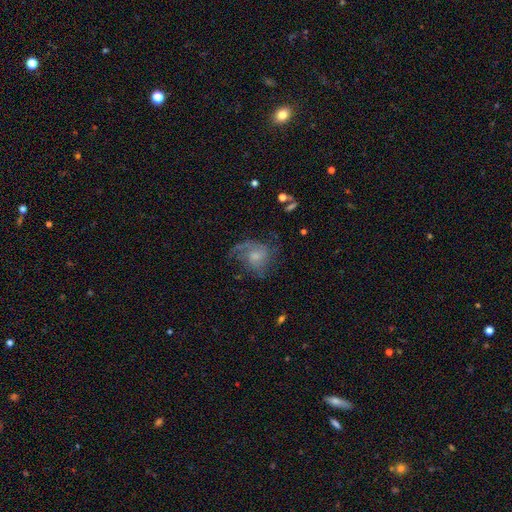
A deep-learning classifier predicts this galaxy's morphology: featured or disk 63%, smooth 27%, star or artifact 10%. Down the decision tree: edge-on disk — no (97%); bar — no (66%); spiral arms — yes (84%); spiral arm count — 1 (35%); spiral winding — medium (42%); bulge size — small (44%); merging — none (47%).